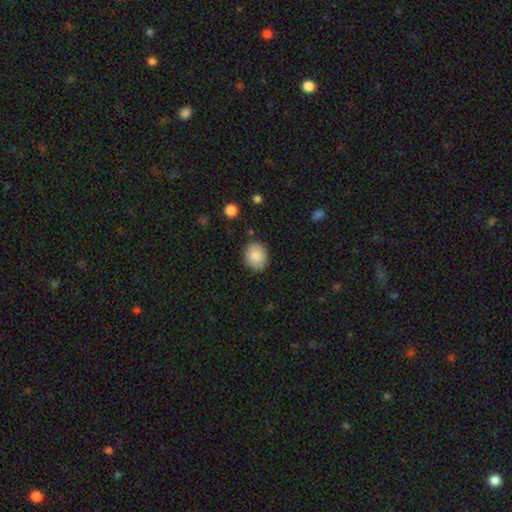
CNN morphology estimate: smooth-or-featured: smooth: 88% | star or artifact: 7% | featured or disk: 5%
  how-rounded: round: 51% | in between: 48% | cigar-shaped: 1%
  merging: none: 84% | minor disturbance: 11% | major disturbance: 3% | merger: 2%